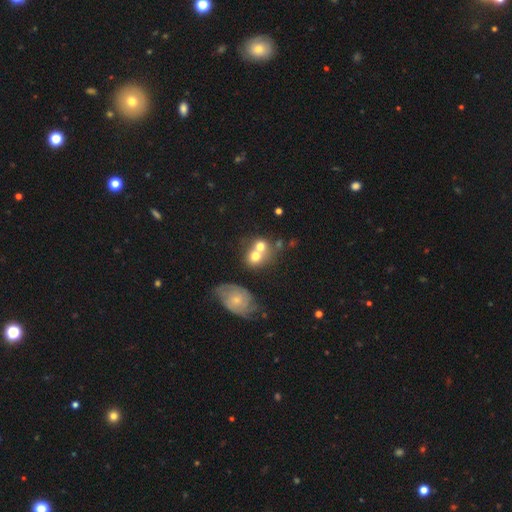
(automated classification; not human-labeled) smooth_or_featured: smooth (p=0.61) [alt: featured or disk p=0.29]
how_rounded: round (p=0.68) [alt: in between p=0.31]
merging: merger (p=0.59) [alt: none p=0.28]